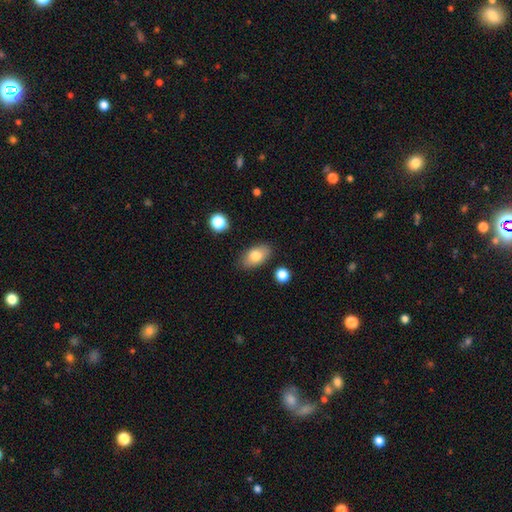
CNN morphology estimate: Smooth or featured?
  - smooth: 79% *
  - featured or disk: 13%
  - star or artifact: 8%
How rounded?
  - in between: 90% *
  - round: 7%
  - cigar-shaped: 3%
Merging?
  - none: 84% *
  - minor disturbance: 11%
  - major disturbance: 3%
  - merger: 2%